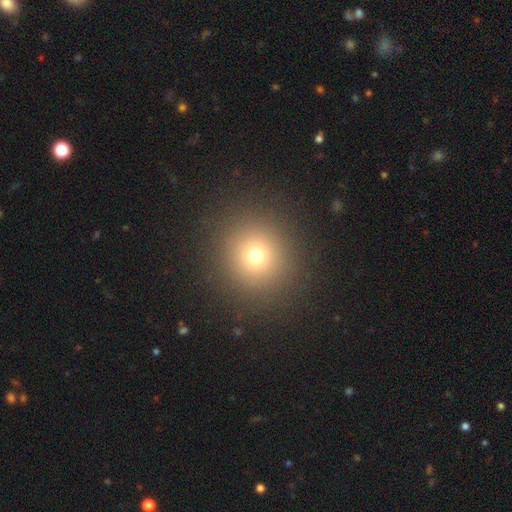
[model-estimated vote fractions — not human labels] smooth_or_featured: smooth (p=0.72) [alt: star or artifact p=0.19]
how_rounded: round (p=0.92) [alt: in between p=0.07]
merging: none (p=0.90) [alt: minor disturbance p=0.06]